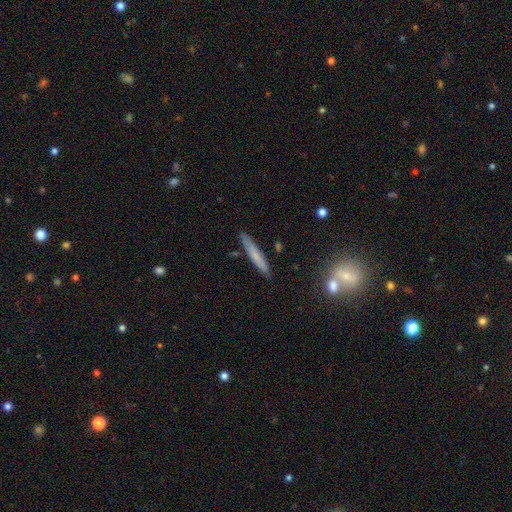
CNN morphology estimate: Smooth or featured?
  - smooth: 67% *
  - featured or disk: 26%
  - star or artifact: 7%
How rounded?
  - cigar-shaped: 95% *
  - in between: 4%
  - round: 1%
Merging?
  - none: 86% *
  - minor disturbance: 9%
  - merger: 3%
  - major disturbance: 2%